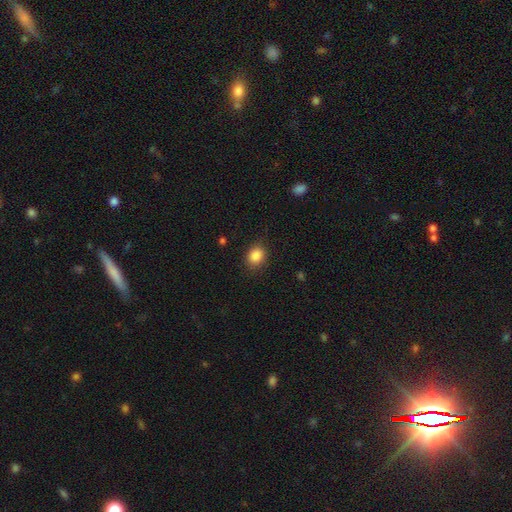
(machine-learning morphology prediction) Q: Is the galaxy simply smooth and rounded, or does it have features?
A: smooth — 86%.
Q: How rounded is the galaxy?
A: round — 55%.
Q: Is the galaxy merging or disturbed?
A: none — 83%.